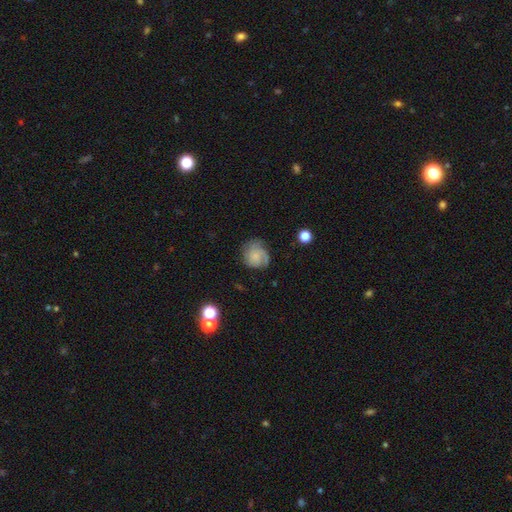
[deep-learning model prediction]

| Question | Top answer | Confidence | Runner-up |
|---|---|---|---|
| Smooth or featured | smooth | 47% | featured or disk (44%) |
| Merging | none | 62% | minor disturbance (24%) |